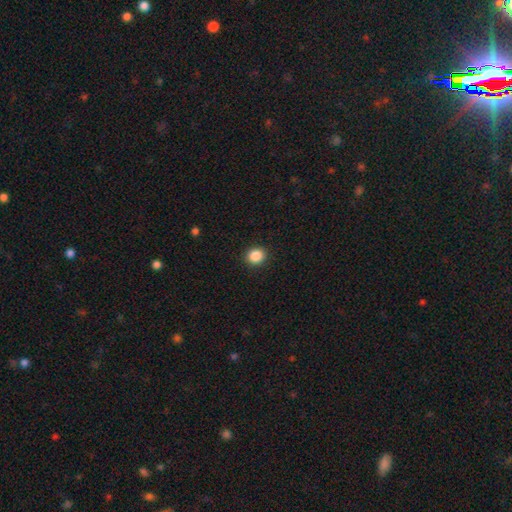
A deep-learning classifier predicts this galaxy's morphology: Smooth or featured? Predicted: smooth (p=0.88). How rounded? Predicted: round (p=0.80). Merging? Predicted: none (p=0.92).